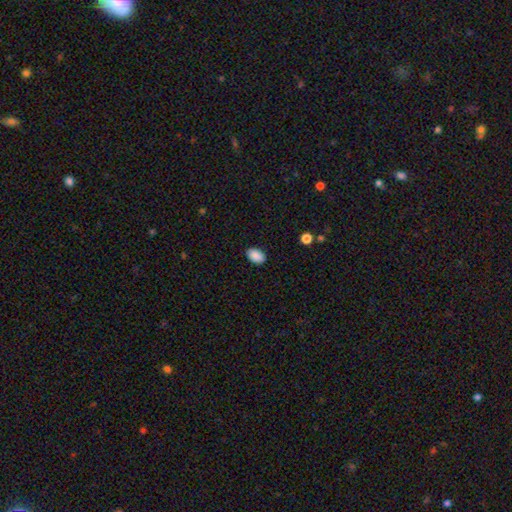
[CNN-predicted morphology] smooth_or_featured: smooth (p=0.90) [alt: star or artifact p=0.07]
how_rounded: in between (p=0.86) [alt: round p=0.13]
merging: none (p=0.88) [alt: minor disturbance p=0.08]